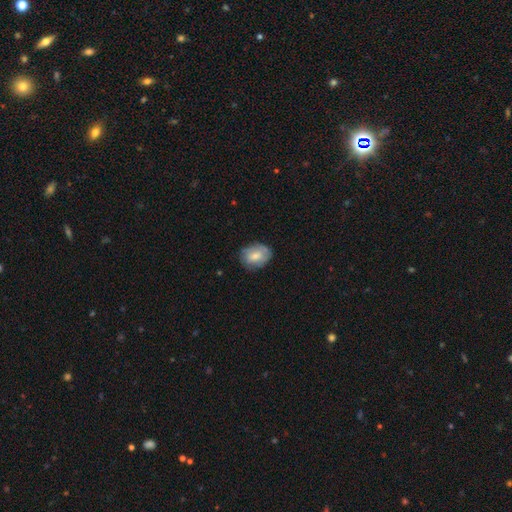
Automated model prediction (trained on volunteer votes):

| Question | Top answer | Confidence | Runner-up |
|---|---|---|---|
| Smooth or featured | smooth | 63% | featured or disk (30%) |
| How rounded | in between | 63% | round (36%) |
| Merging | none | 70% | minor disturbance (23%) |